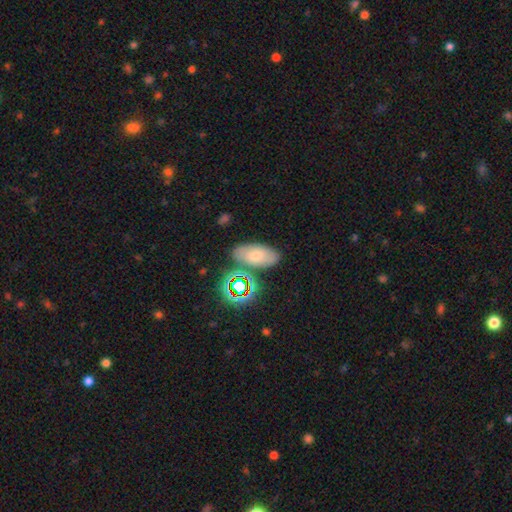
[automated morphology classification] Smooth or featured? Predicted: smooth (p=0.58). How rounded? Predicted: in between (p=0.86). Merging? Predicted: none (p=0.74).